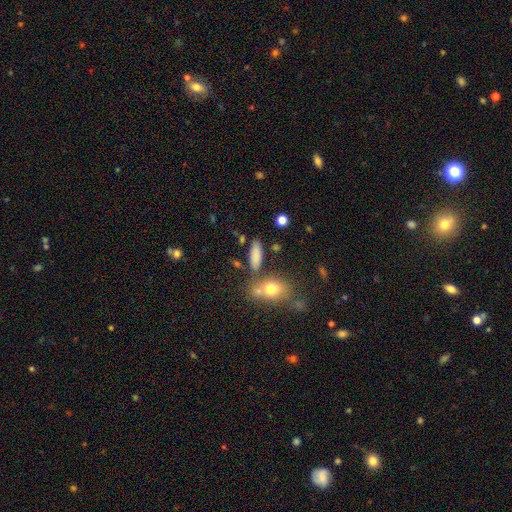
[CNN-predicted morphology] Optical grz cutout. It shows a smooth galaxy with no disk features (82%) that is in between round and cigar-shaped (64%). Merging: none (72%).